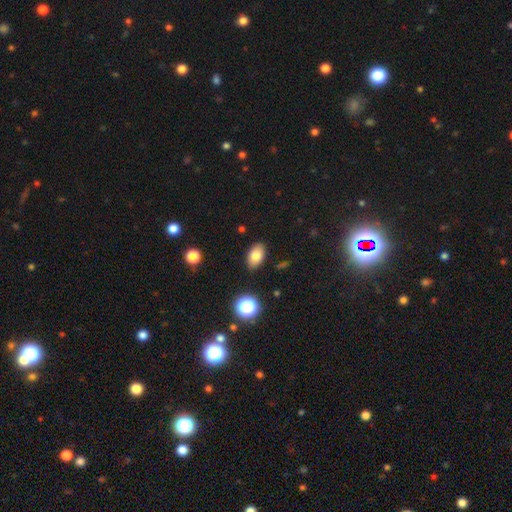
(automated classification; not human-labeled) This is clearly a smooth galaxy (81%). How rounded: clearly in between (89%). Merging: clearly none (87%).